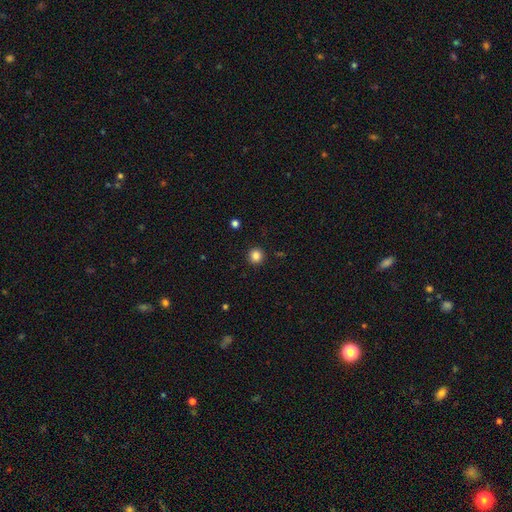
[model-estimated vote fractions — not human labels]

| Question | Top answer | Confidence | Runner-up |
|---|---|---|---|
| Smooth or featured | smooth | 85% | star or artifact (12%) |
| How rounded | round | 94% | in between (5%) |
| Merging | none | 92% | minor disturbance (5%) |